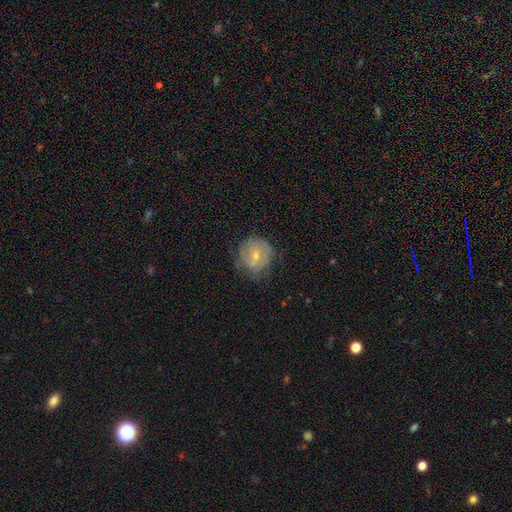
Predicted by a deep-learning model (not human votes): A featured or disk galaxy (57%) with no bar (49%), spiral arms (70%) and a small central bulge (55%). Merging: none (70%).